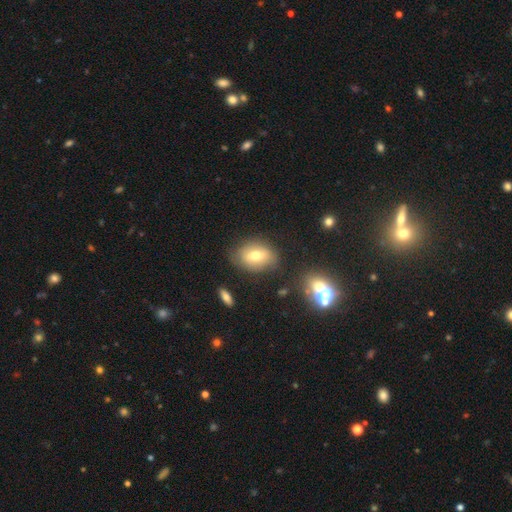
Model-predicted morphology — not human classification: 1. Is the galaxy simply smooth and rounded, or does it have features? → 64% smooth, 25% featured or disk, 12% star or artifact.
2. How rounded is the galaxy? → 77% in between, 21% round, 2% cigar-shaped.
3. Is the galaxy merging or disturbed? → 75% none, 17% minor disturbance, 5% major disturbance, 4% merger.